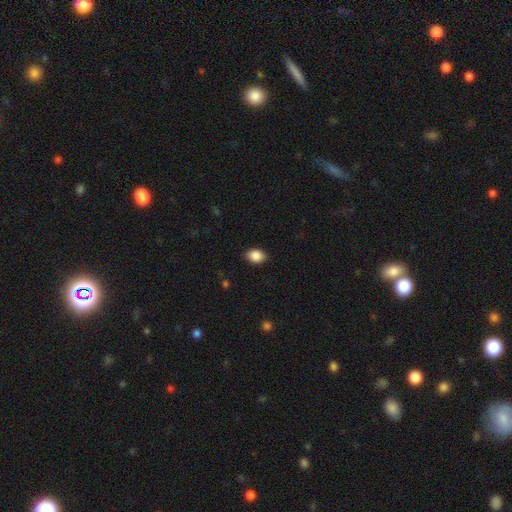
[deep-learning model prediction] smooth-or-featured: smooth: 89% | star or artifact: 8% | featured or disk: 3%
  how-rounded: in between: 76% | round: 22% | cigar-shaped: 1%
  merging: none: 88% | minor disturbance: 9% | major disturbance: 2% | merger: 1%